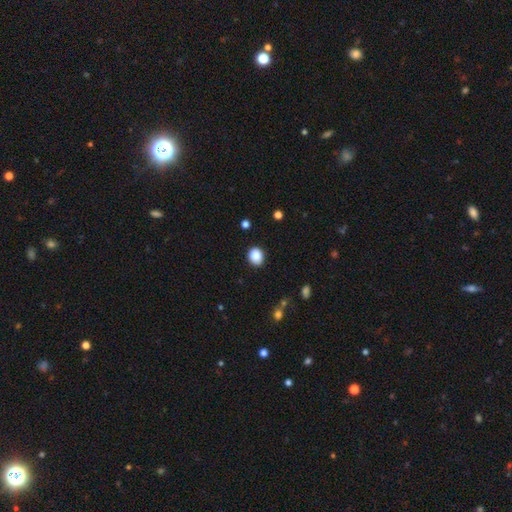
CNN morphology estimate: Overall: smooth (87%). How rounded: round (62%; in between 37%). Merging: none (89%).